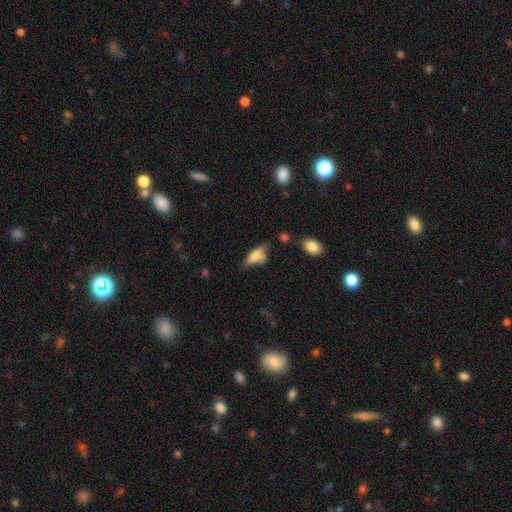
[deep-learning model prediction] smooth 70%, featured or disk 22%, star or artifact 8%. Down the decision tree: how rounded — in between (81%); merging — none (43%).